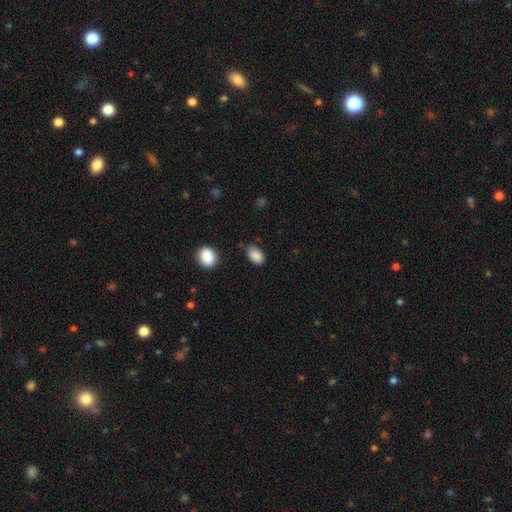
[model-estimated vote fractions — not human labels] The model was most divided on "merging": none: 73%, minor disturbance: 20%, major disturbance: 4%, merger: 3%. More confident: smooth or featured — smooth (87%); how rounded — in between (87%).